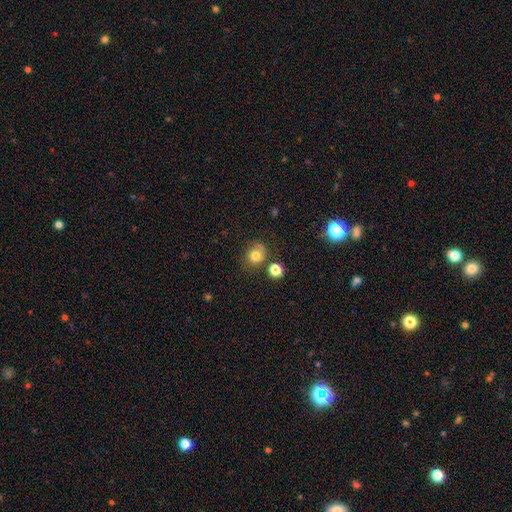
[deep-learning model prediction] Smooth or featured? smooth (77%)
How rounded? round (79%)
Merging? none (64%)